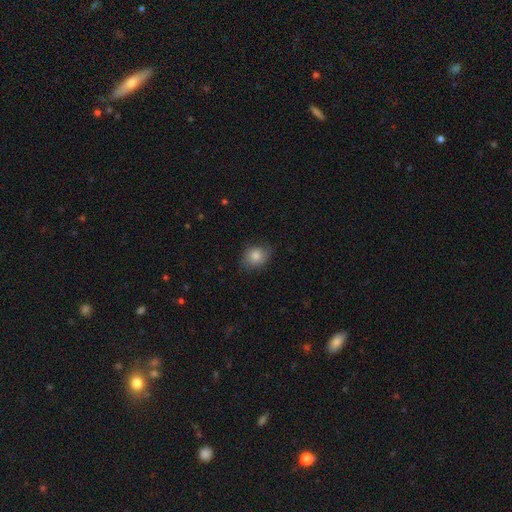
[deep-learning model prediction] Q: Smooth or featured?
A: smooth (81%); runner-up: featured or disk (10%)
Q: How rounded?
A: in between (56%); runner-up: round (43%)
Q: Merging?
A: none (77%); runner-up: minor disturbance (18%)